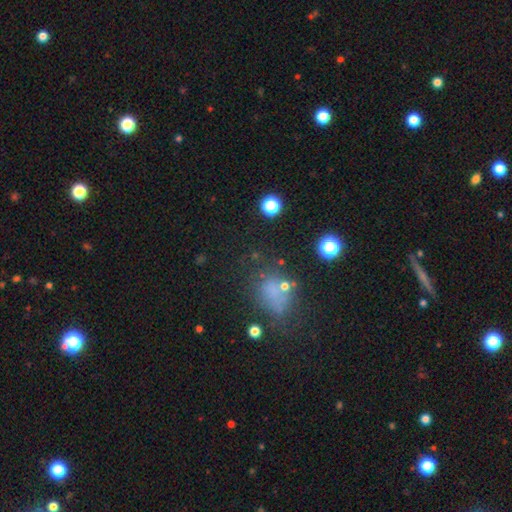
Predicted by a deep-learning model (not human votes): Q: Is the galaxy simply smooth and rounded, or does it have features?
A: star or artifact — 44%.